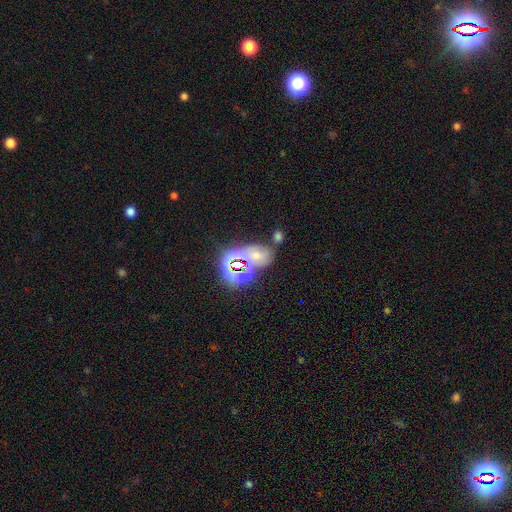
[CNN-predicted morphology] smooth-or-featured: star or artifact: 44% | smooth: 41% | featured or disk: 15%